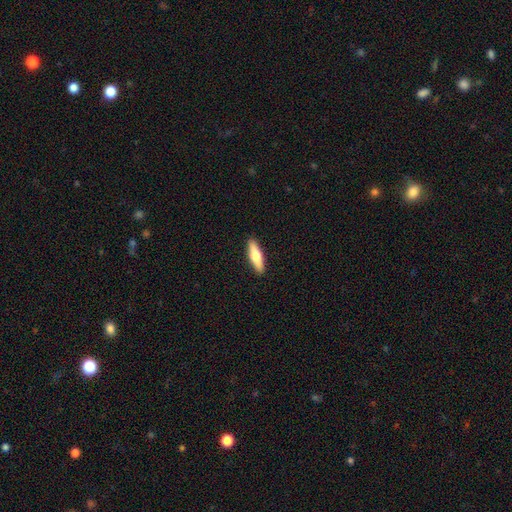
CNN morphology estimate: Overall: smooth (61%; featured or disk 33%). How rounded: cigar-shaped (67%; in between 31%). Merging: none (91%).